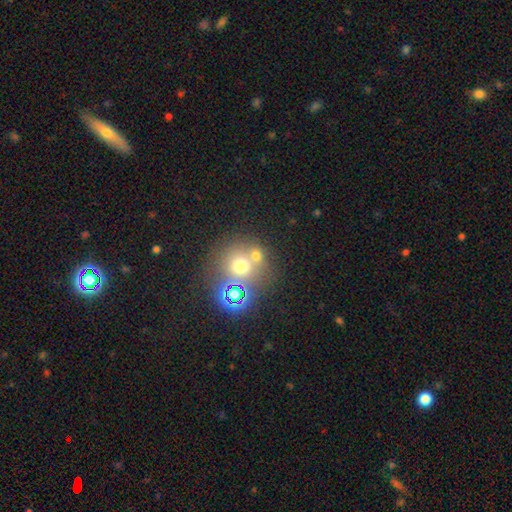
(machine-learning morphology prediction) A smooth galaxy with no disk features (61%) that is round (84%). Merging: none (54%).